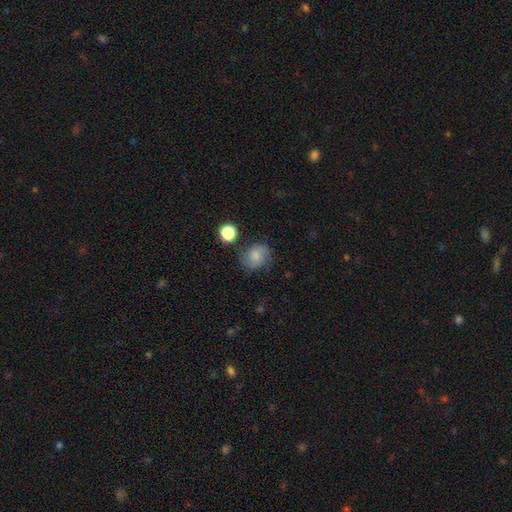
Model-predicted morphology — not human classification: Smooth or featured?
  - smooth: 68% *
  - featured or disk: 21%
  - star or artifact: 11%
How rounded?
  - round: 61% *
  - in between: 38%
  - cigar-shaped: 1%
Merging?
  - none: 68% *
  - minor disturbance: 21%
  - major disturbance: 7%
  - merger: 4%